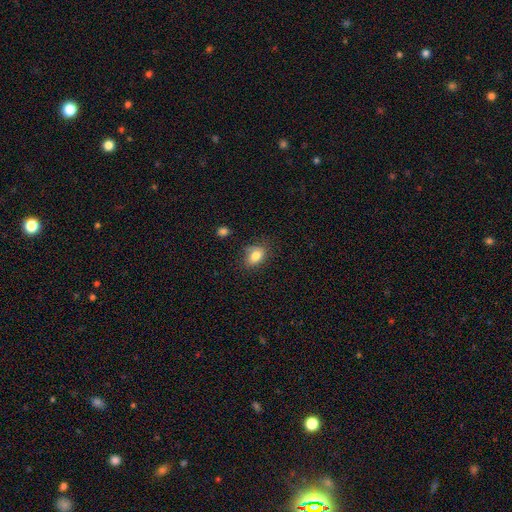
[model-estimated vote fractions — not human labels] The model was most divided on "how rounded": in between: 76%, round: 22%, cigar-shaped: 2%. More confident: smooth or featured — smooth (82%); merging — none (75%).